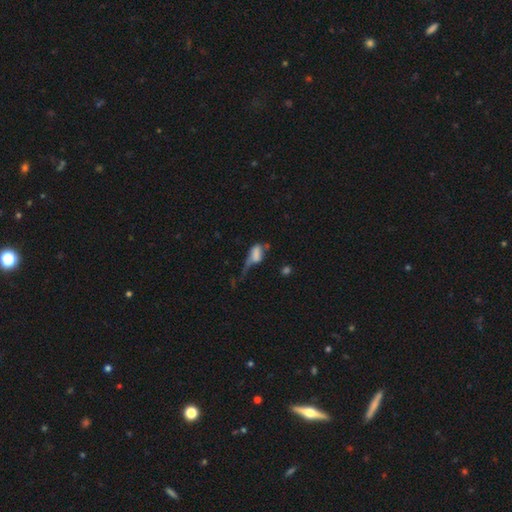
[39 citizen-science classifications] Q: Smooth or featured?
A: smooth (59%); runner-up: featured or disk (31%)
Q: How rounded?
A: in between (91%); runner-up: round (4%)
Q: Merging?
A: major disturbance (46%); runner-up: minor disturbance (26%)